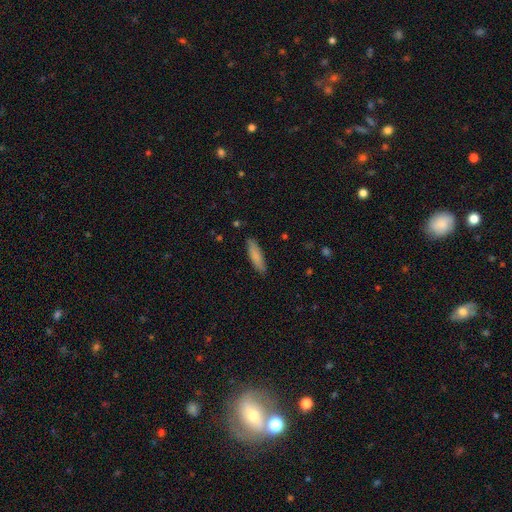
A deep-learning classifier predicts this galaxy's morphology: smooth 83%, featured or disk 11%, star or artifact 6%. Down the decision tree: how rounded — cigar-shaped (65%); merging — none (86%).